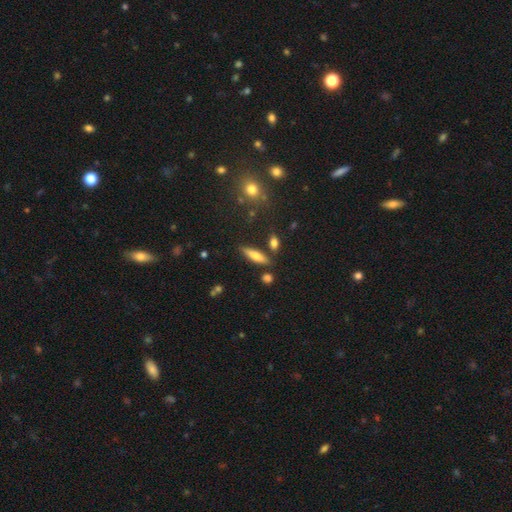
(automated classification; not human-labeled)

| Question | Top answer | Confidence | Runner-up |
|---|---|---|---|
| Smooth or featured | smooth | 67% | featured or disk (25%) |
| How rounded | cigar-shaped | 65% | in between (33%) |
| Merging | none | 79% | minor disturbance (11%) |